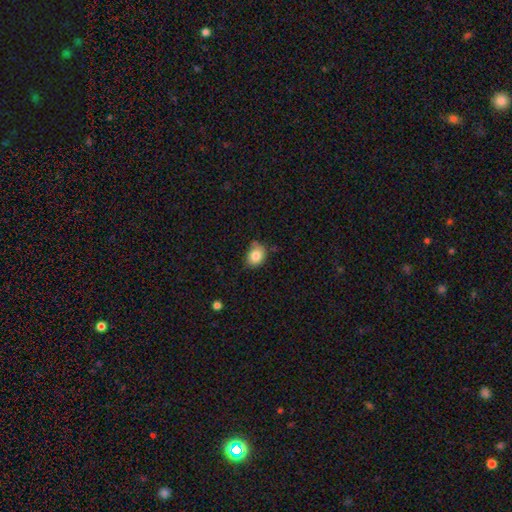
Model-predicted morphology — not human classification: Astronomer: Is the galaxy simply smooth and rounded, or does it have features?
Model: smooth — 83%.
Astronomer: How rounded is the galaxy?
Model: round — 50% (runner-up: in between, 49%).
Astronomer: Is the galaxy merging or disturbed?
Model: none — 63%.